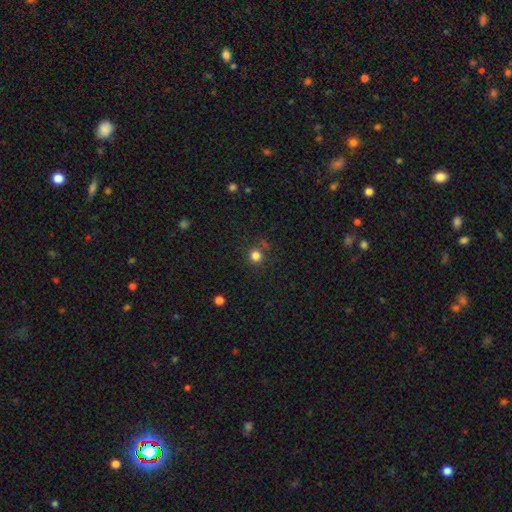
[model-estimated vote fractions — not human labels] A smooth galaxy with no disk features (80%) that is round (93%).

Vote fractions:
- Smooth or featured? smooth: 80% / star or artifact: 16% / featured or disk: 5%
- How rounded? round: 93% / in between: 6% / cigar-shaped: 1%
- Merging? none: 82% / minor disturbance: 10% / major disturbance: 4% / merger: 4%